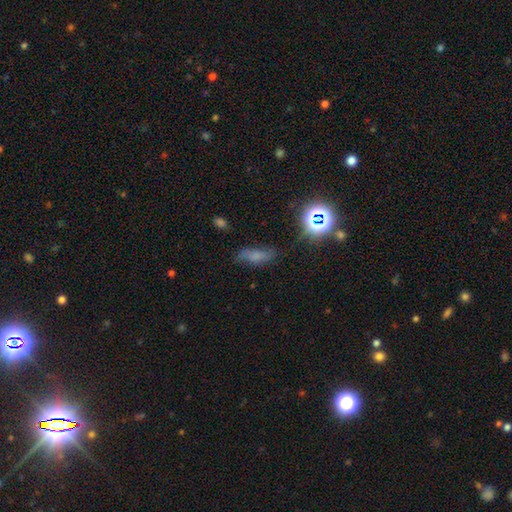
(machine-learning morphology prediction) This appears to be a smooth galaxy with no disk features (59%) that is in between round and cigar-shaped (59%). Merging: none (62%).